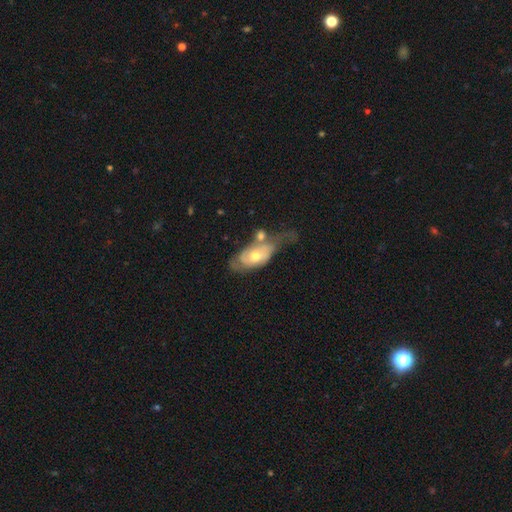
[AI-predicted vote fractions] Morphology: type=featured or disk (62%); edge-on=no (89%); bar=no (77%); spiral arms=yes (67%); bulge=moderate (68%); merging=major disturbance (27%).